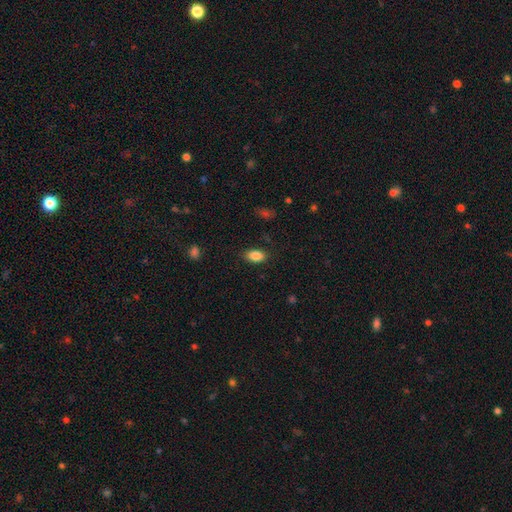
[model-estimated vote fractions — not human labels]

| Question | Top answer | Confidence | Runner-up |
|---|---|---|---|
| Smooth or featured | smooth | 86% | star or artifact (8%) |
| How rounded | in between | 91% | round (8%) |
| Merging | none | 85% | minor disturbance (11%) |